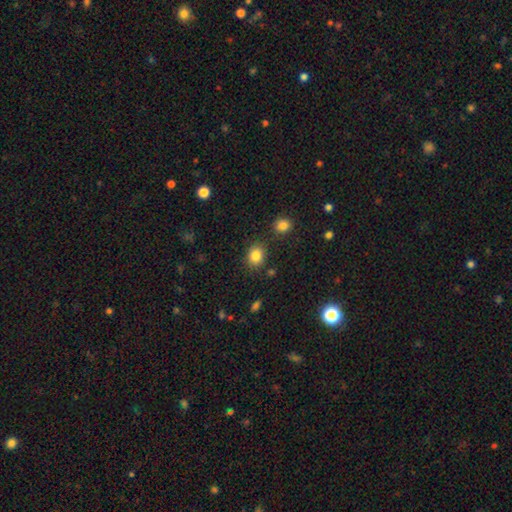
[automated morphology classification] A smooth galaxy with no disk features (84%) that is round (62%). Merging: none (81%).